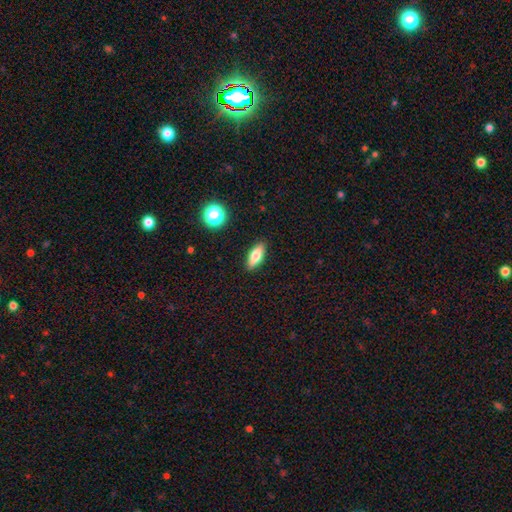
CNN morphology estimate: This appears to be a smooth galaxy with no disk features (72%) that is in between round and cigar-shaped (72%). Merging: none (89%).